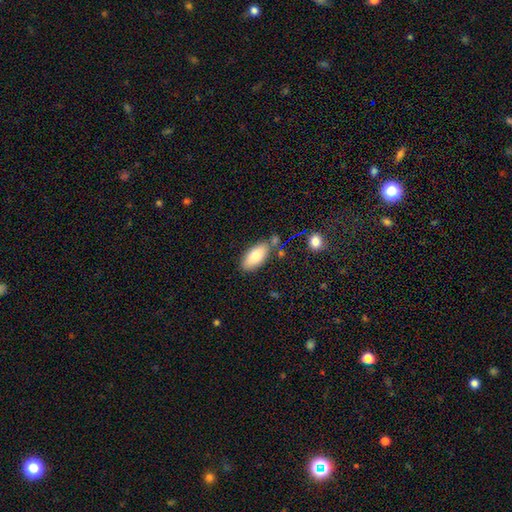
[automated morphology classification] smooth_or_featured: smooth (p=0.78) [alt: featured or disk p=0.15]
how_rounded: in between (p=0.88) [alt: cigar-shaped p=0.09]
merging: none (p=0.77) [alt: minor disturbance p=0.13]